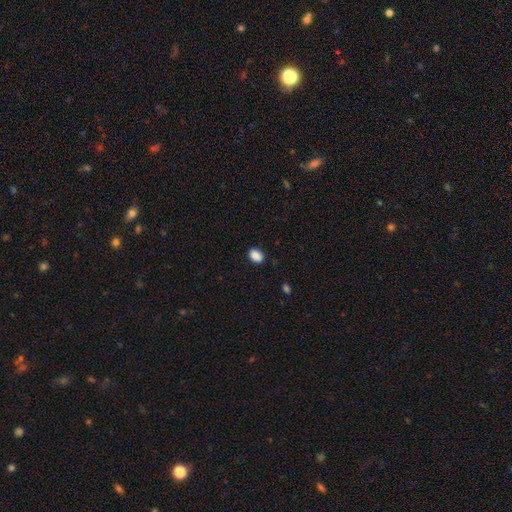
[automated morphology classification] smooth 89%, star or artifact 8%, featured or disk 3%. Down the decision tree: how rounded — in between (79%); merging — none (87%).